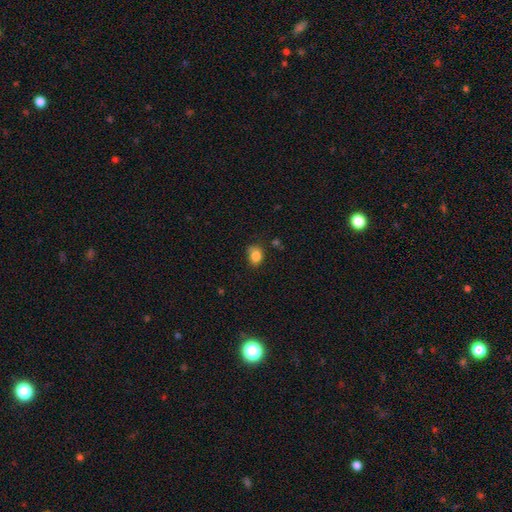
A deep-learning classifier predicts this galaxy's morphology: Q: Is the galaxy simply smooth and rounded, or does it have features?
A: smooth — 84%.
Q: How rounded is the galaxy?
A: in between — 51%.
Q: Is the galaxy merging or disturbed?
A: none — 64%.